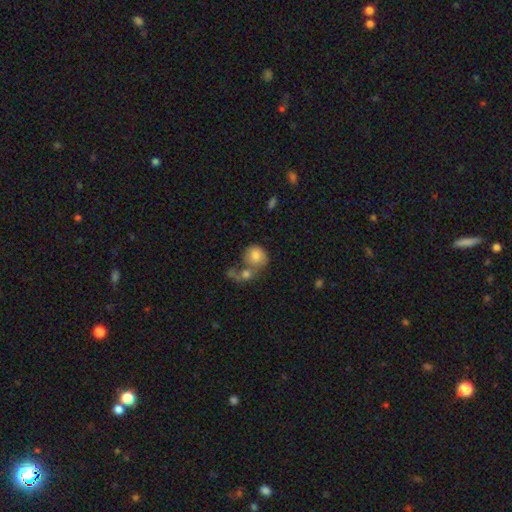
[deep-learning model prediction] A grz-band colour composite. It shows a smooth galaxy with no disk features (75%) that is round (78%). Merging: merger (52%).